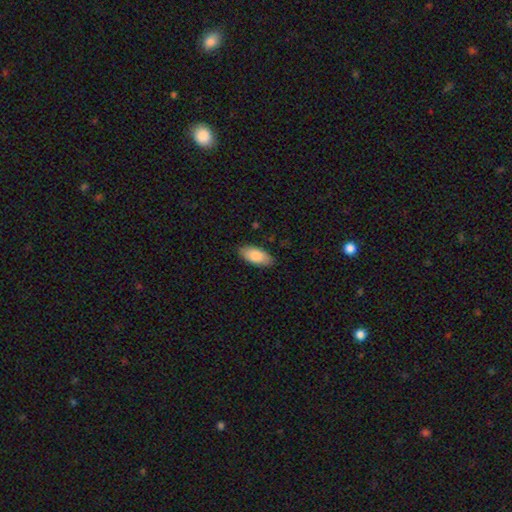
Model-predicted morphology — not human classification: Smooth or featured? Predicted: smooth (p=0.86). How rounded? Predicted: in between (p=0.90). Merging? Predicted: none (p=0.86).